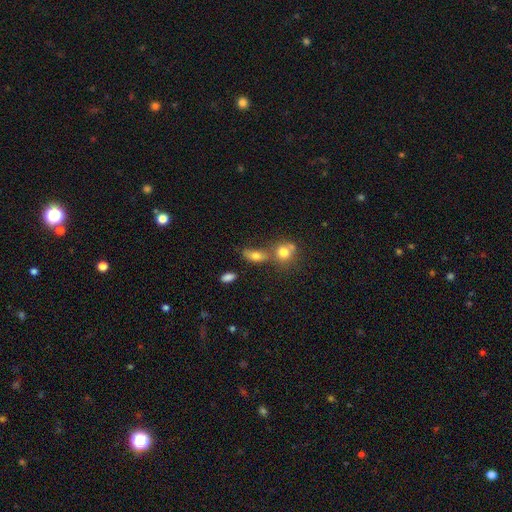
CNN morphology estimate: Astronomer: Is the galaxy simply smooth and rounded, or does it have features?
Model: smooth — 75%.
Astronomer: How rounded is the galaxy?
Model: in between — 70%.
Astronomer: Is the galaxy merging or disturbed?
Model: none — 43% (runner-up: merger, 35%).